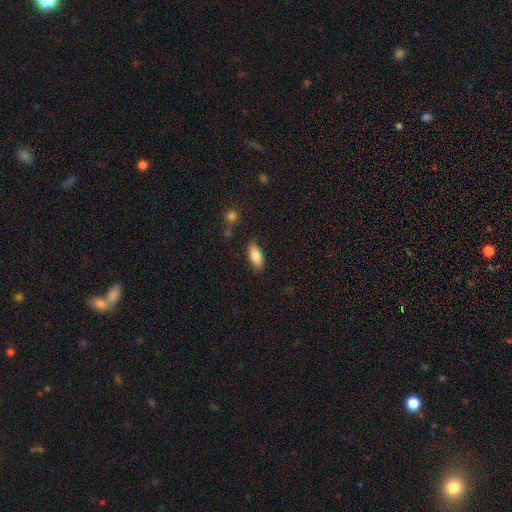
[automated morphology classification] This appears to be a smooth galaxy with no disk features (84%) that is in between round and cigar-shaped (82%). Merging: none (84%).